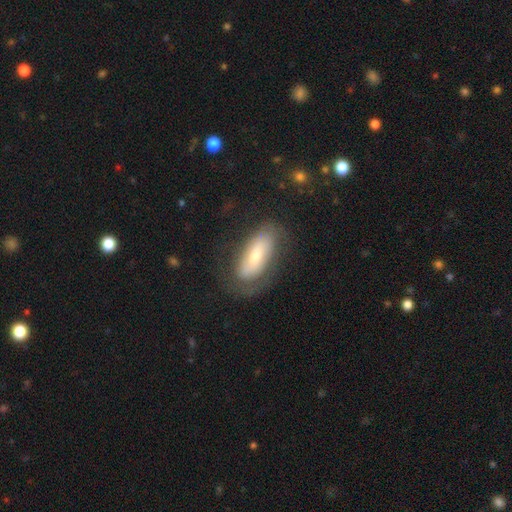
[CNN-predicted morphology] Overall: smooth (48%; featured or disk 45%). Merging: none (60%; minor disturbance 22%).